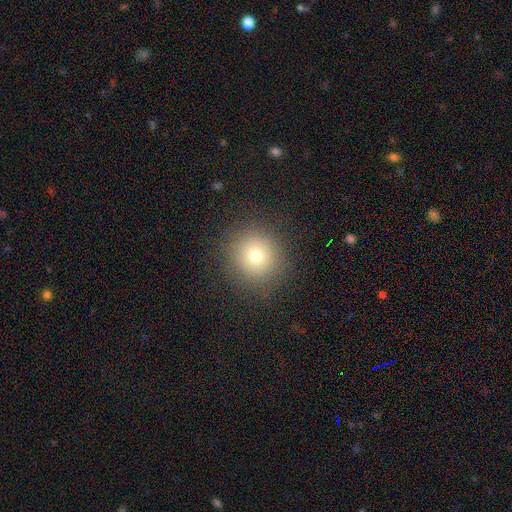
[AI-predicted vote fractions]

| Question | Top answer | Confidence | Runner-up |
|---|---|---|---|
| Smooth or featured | smooth | 74% | star or artifact (15%) |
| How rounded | round | 92% | in between (7%) |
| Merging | none | 88% | minor disturbance (7%) |